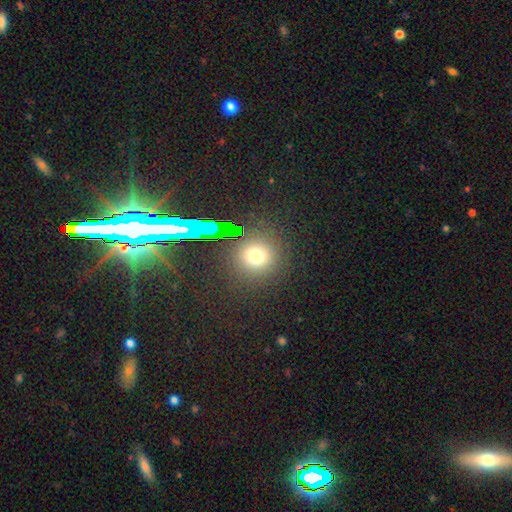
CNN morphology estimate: The model was most divided on "smooth or featured": smooth: 69%, star or artifact: 22%, featured or disk: 8%. More confident: how rounded — round (89%); merging — none (85%).